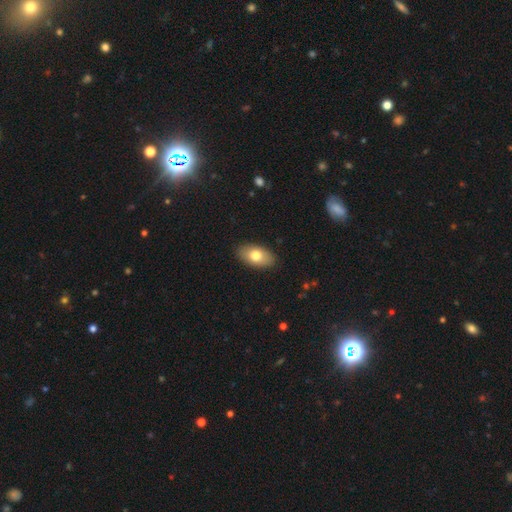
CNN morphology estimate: Q: Smooth or featured?
A: smooth (75%); runner-up: featured or disk (18%)
Q: How rounded?
A: in between (92%); runner-up: round (5%)
Q: Merging?
A: none (88%); runner-up: minor disturbance (9%)